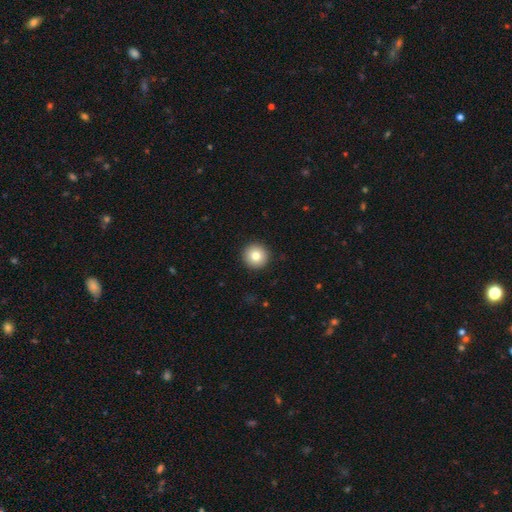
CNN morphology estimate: Smooth or featured? smooth (81%)
How rounded? round (96%)
Merging? none (93%)